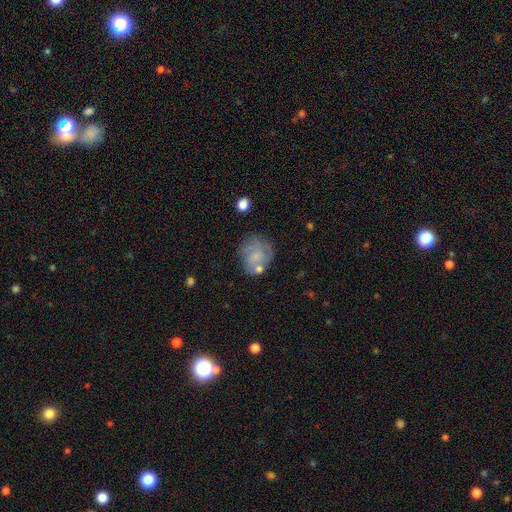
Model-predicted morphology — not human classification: This appears to be a smooth galaxy with no disk features (51%) that is round (71%). Merging: none (52%).